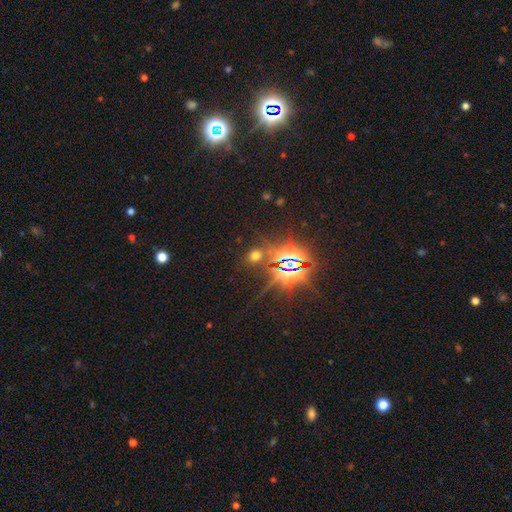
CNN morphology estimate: The model was most divided on "smooth or featured": star or artifact: 50%, smooth: 43%, featured or disk: 7%.